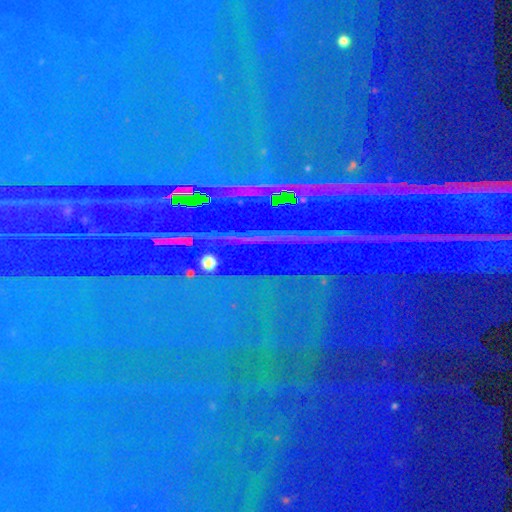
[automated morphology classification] A star or artifact, not a galaxy (88%).

Vote fractions:
- Smooth or featured? star or artifact: 88% / featured or disk: 7% / smooth: 5%